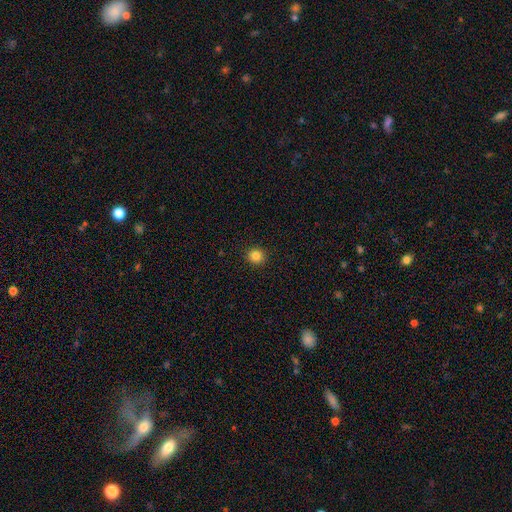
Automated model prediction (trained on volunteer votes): Q: Smooth or featured?
A: smooth (84%); runner-up: star or artifact (12%)
Q: How rounded?
A: round (91%); runner-up: in between (8%)
Q: Merging?
A: none (93%); runner-up: minor disturbance (5%)